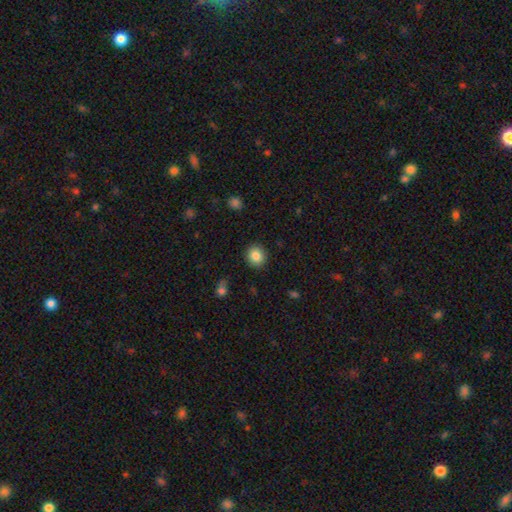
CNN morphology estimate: Smooth or featured: smooth — 85% (star or artifact — 9%)
How rounded: round — 84% (in between — 15%)
Merging: none — 90% (minor disturbance — 6%)